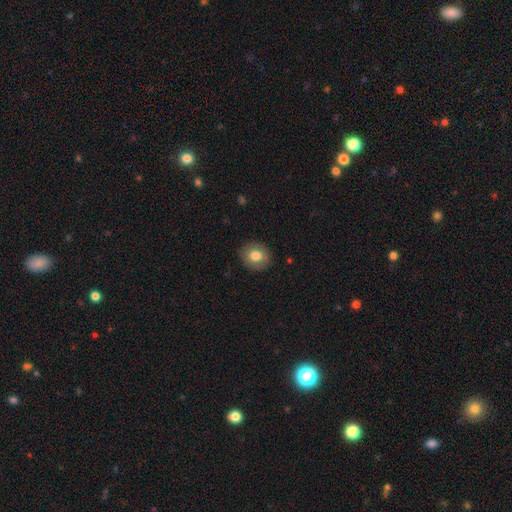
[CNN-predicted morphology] smooth_or_featured: smooth (p=0.79) [alt: featured or disk p=0.13]
how_rounded: round (p=0.74) [alt: in between p=0.25]
merging: none (p=0.89) [alt: minor disturbance p=0.08]